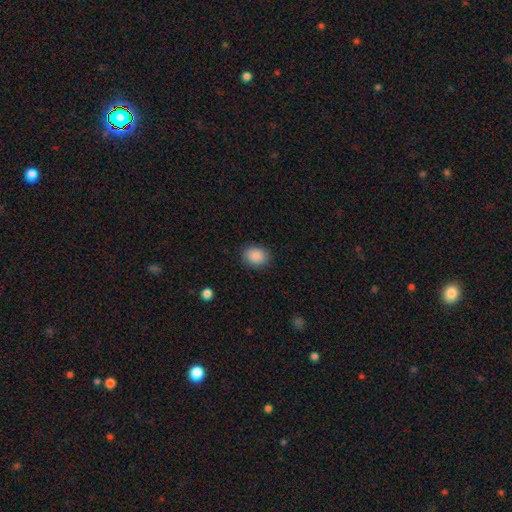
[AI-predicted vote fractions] Morphology: type=smooth (89%); roundness=round (51%); merging=none (87%).